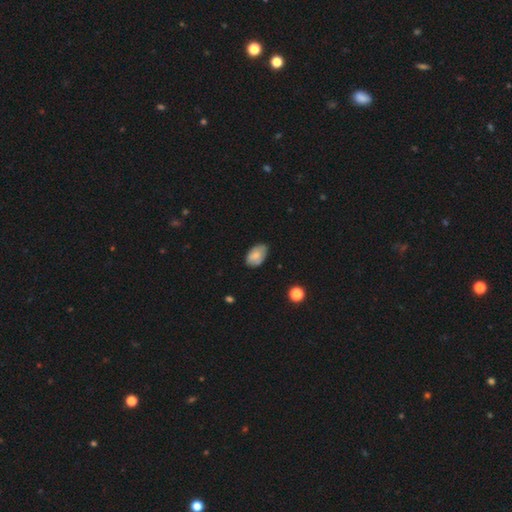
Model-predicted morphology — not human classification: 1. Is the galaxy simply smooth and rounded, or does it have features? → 77% smooth, 15% featured or disk, 7% star or artifact.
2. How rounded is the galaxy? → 92% in between, 7% round, 1% cigar-shaped.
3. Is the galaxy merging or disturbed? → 72% none, 23% minor disturbance, 4% major disturbance, 1% merger.